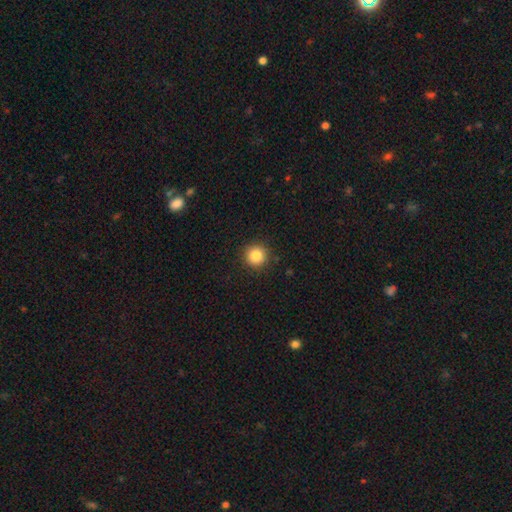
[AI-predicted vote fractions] smooth 85%, star or artifact 10%, featured or disk 5%. Down the decision tree: how rounded — round (95%); merging — none (91%).